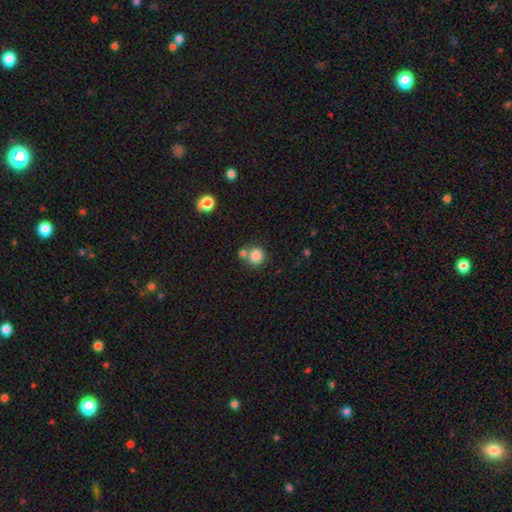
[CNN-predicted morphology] smooth_or_featured: smooth (p=0.84) [alt: star or artifact p=0.10]
how_rounded: round (p=0.88) [alt: in between p=0.11]
merging: none (p=0.63) [alt: merger p=0.23]